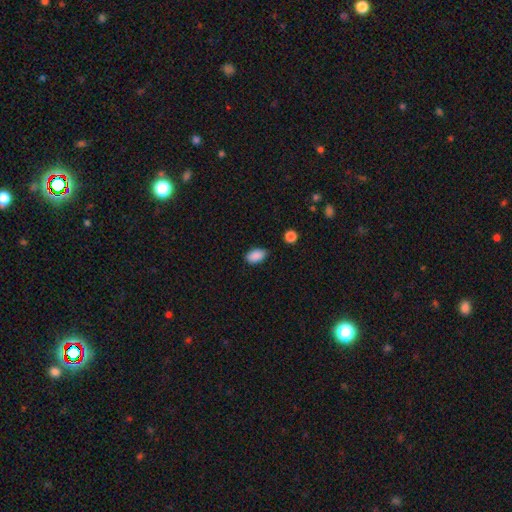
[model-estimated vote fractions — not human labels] A smooth galaxy with no disk features (89%) that is in between round and cigar-shaped (92%).

Vote fractions:
- Smooth or featured? smooth: 89% / star or artifact: 8% / featured or disk: 3%
- How rounded? in between: 92% / round: 7% / cigar-shaped: 2%
- Merging? none: 79% / minor disturbance: 16% / major disturbance: 3% / merger: 2%